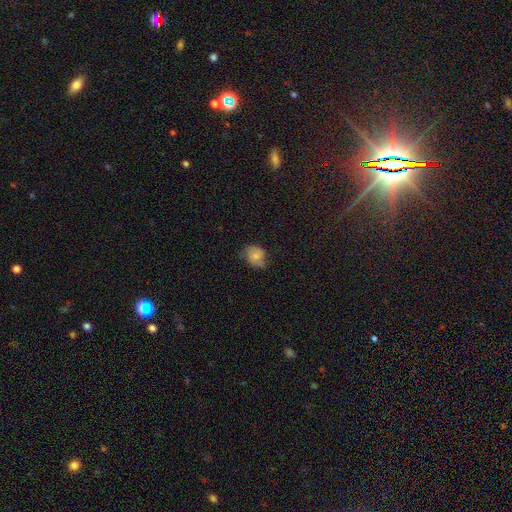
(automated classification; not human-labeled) smooth-or-featured: smooth: 66% | featured or disk: 25% | star or artifact: 9%
  how-rounded: round: 52% | in between: 47% | cigar-shaped: 1%
  merging: none: 60% | minor disturbance: 30% | major disturbance: 9% | merger: 1%